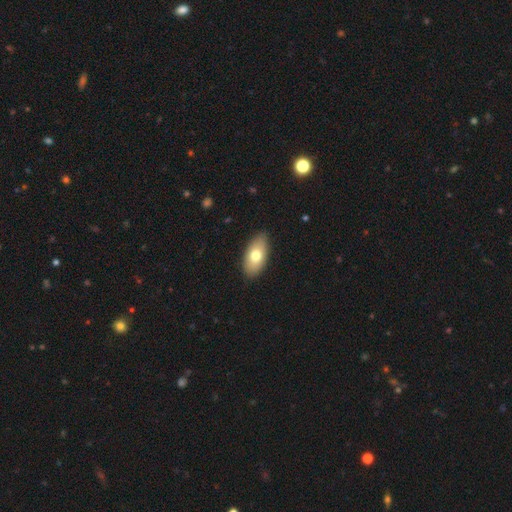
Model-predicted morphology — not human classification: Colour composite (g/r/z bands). It shows a smooth galaxy with no disk features (73%) that is in between round and cigar-shaped (92%). Merging: none (86%).